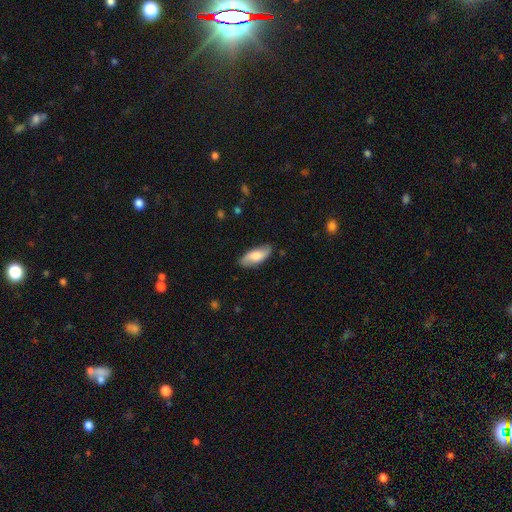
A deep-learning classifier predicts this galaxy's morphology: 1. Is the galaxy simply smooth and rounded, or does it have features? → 63% smooth, 31% featured or disk, 6% star or artifact.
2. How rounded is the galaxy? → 79% in between, 19% cigar-shaped, 2% round.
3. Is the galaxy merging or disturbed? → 83% none, 13% minor disturbance, 3% major disturbance, 1% merger.